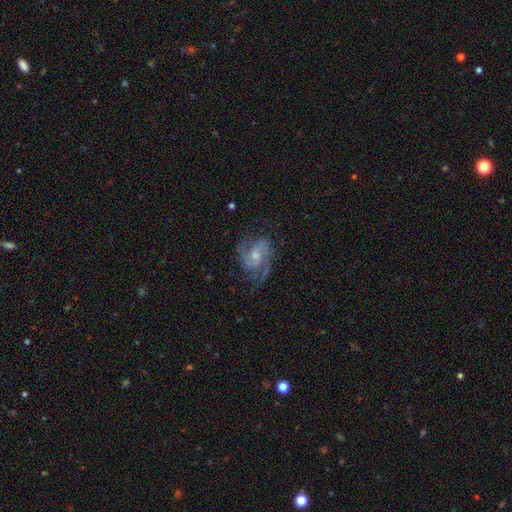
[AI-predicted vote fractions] A featured or disk galaxy (84%) with no bar (56%), 2 (64%) medium (53%) spiral arms (96%) and a small central bulge (52%). Merging: none (64%).